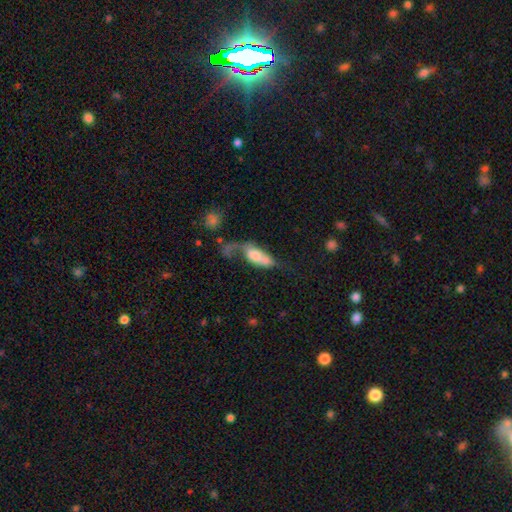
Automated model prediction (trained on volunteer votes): Q: Smooth or featured?
A: smooth (47%); runner-up: featured or disk (44%)
Q: Merging?
A: major disturbance (42%); runner-up: none (22%)